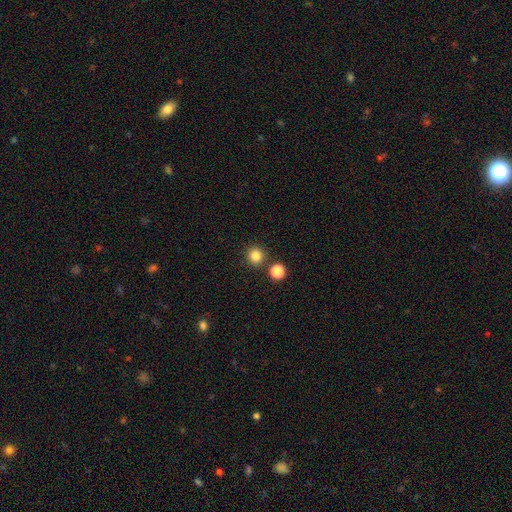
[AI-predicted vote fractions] A smooth galaxy with no disk features (83%) that is round (93%). Merging: none (84%).